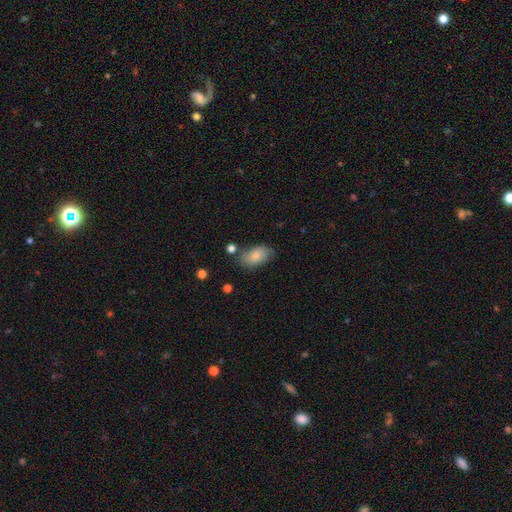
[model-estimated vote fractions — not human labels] Smooth or featured? Predicted: smooth (p=0.79). How rounded? Predicted: in between (p=0.92). Merging? Predicted: none (p=0.67).